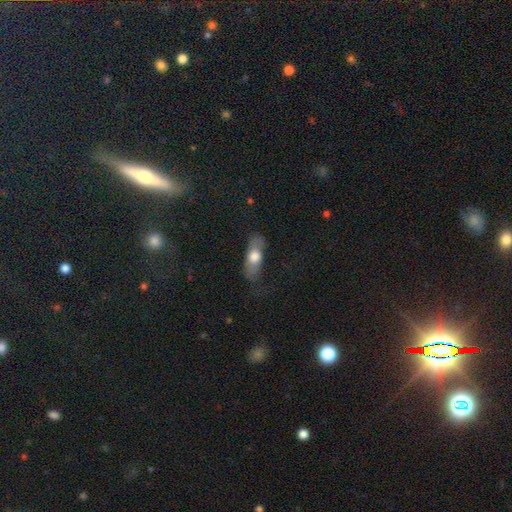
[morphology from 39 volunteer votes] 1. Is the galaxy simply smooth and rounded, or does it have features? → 56% featured or disk, 36% smooth, 8% star or artifact.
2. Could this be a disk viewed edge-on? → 77% yes, 23% no.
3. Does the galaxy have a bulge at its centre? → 82% rounded, 18% boxy, 0% none.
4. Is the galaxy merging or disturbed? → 67% none, 22% minor disturbance, 11% major disturbance, 0% merger.